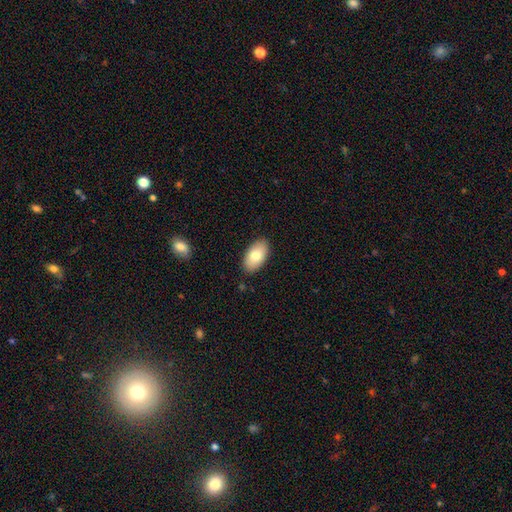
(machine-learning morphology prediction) A smooth galaxy with no disk features (79%) that is in between round and cigar-shaped (95%). Merging: none (88%).